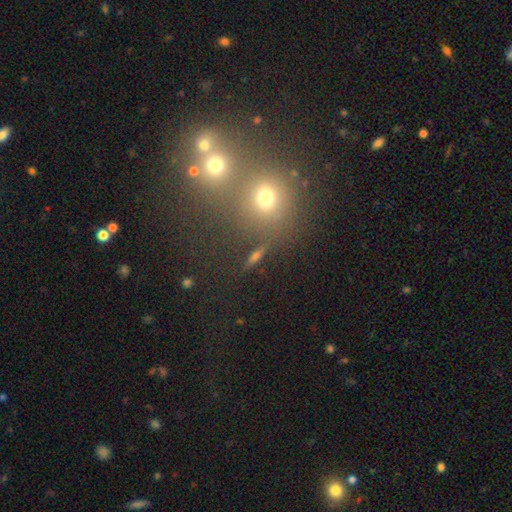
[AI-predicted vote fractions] This appears to be a smooth galaxy with no disk features (51%) that is round (39%). Merging: none (79%).